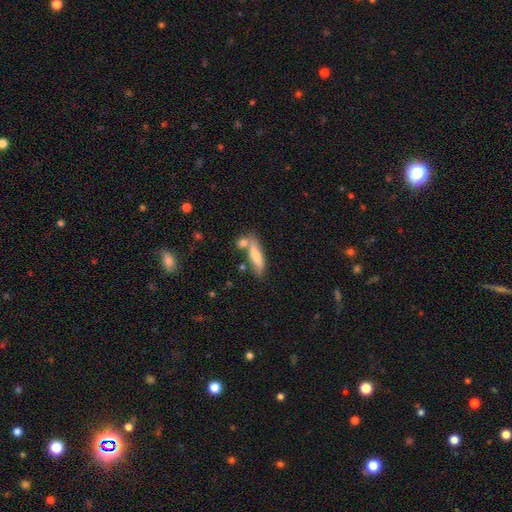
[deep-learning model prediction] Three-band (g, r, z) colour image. It shows a smooth galaxy with no disk features (75%) that is cigar-shaped (62%). Merging: none (57%).